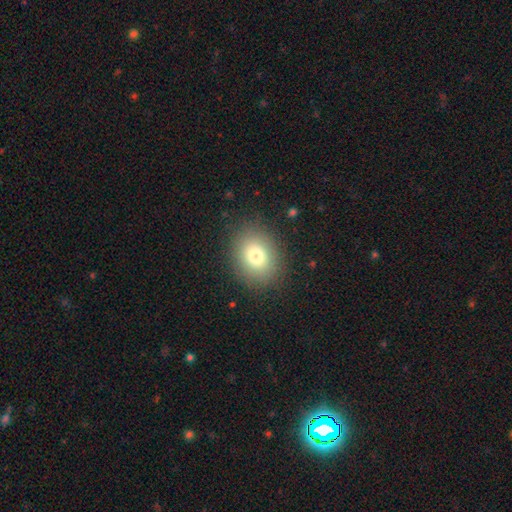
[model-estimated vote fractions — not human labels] A smooth galaxy with no disk features (79%) that is round (50%). Merging: none (87%).